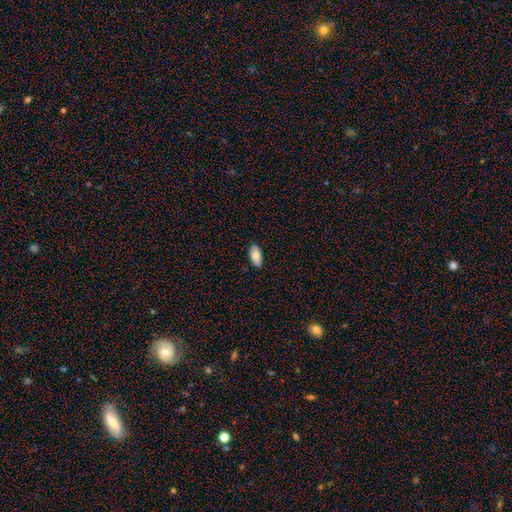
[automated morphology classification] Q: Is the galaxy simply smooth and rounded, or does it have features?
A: smooth — 79%.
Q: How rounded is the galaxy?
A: in between — 94%.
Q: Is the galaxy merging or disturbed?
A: none — 88%.